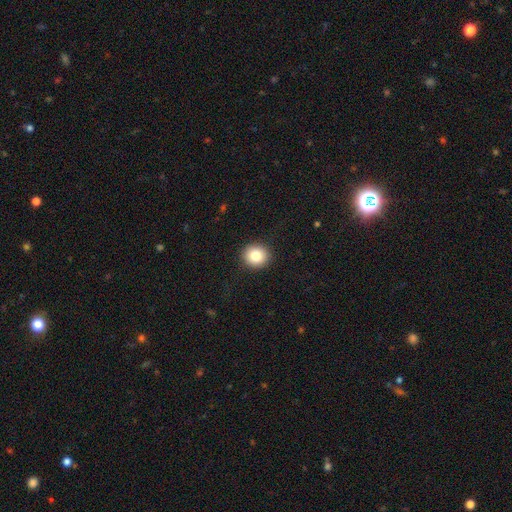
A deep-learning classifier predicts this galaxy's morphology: Smooth or featured: smooth — 83% (star or artifact — 9%)
How rounded: round — 88% (in between — 11%)
Merging: none — 92% (minor disturbance — 6%)